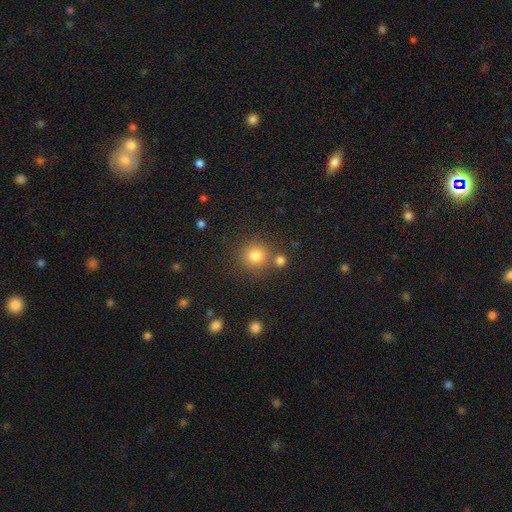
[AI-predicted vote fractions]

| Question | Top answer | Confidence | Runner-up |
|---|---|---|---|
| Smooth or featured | smooth | 80% | star or artifact (13%) |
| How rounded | round | 92% | in between (7%) |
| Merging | none | 75% | merger (13%) |